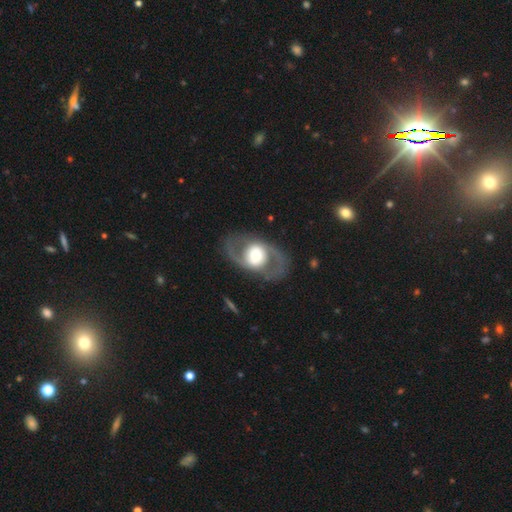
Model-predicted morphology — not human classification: Smooth or featured? Predicted: featured or disk (p=0.73). Edge-on disk? Predicted: no (p=0.94). Bar? Predicted: no (p=0.67). Spiral arms? Predicted: yes (p=0.61). Bulge size? Predicted: moderate (p=0.47). Merging? Predicted: none (p=0.79).